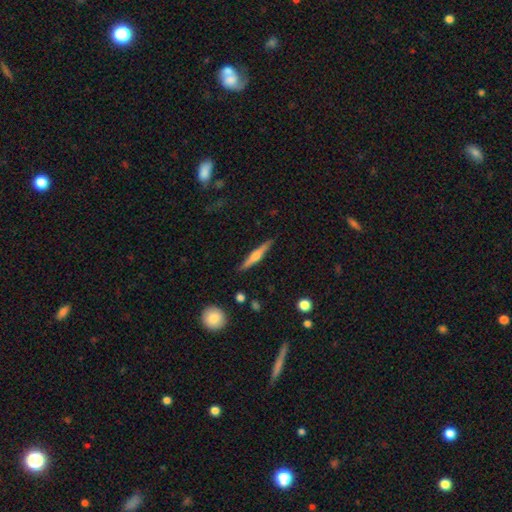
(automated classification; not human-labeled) A featured or disk galaxy (65%) viewed edge-on (98%) with a rounded central bulge (88%). Merging: none (89%).